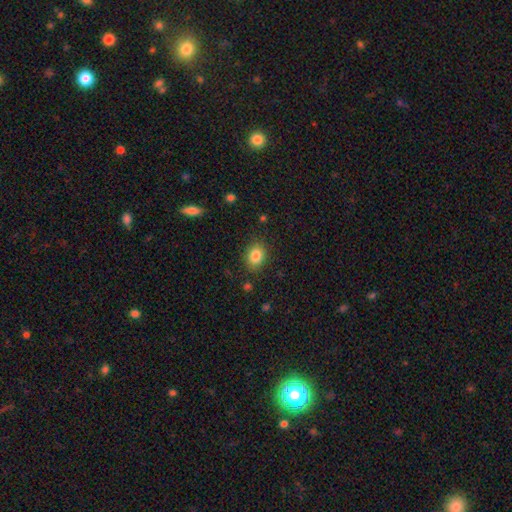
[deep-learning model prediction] The model was most divided on "how rounded": in between: 58%, round: 41%, cigar-shaped: 1%. More confident: merging — none (85%); smooth or featured — smooth (84%).